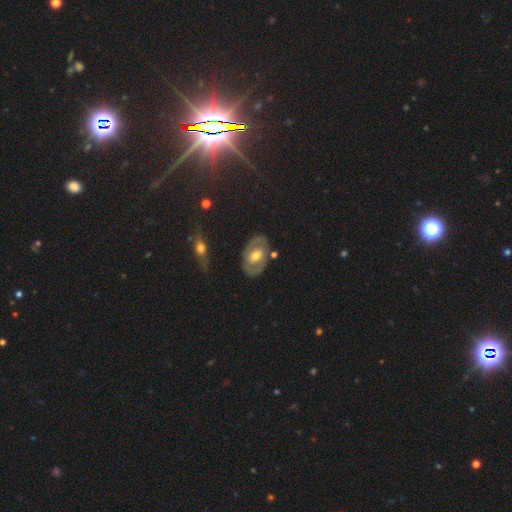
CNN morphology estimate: The model was most divided on "spiral arms": no: 51%, yes: 49%. More confident: edge-on disk — no (92%); merging — none (76%); bulge size — moderate (70%); smooth or featured — featured or disk (65%); bar — no (54%).